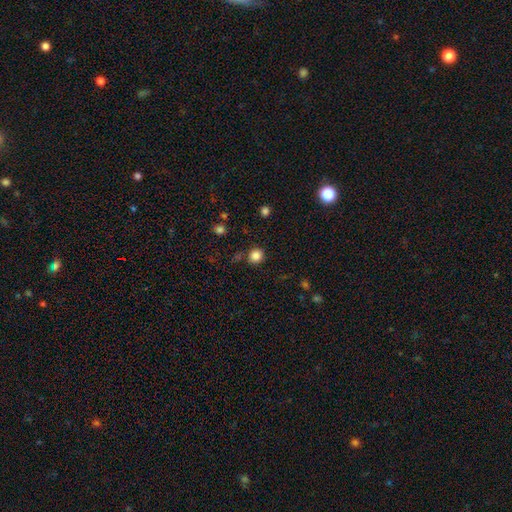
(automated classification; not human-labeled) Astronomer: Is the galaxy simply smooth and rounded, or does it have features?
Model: smooth — 85%.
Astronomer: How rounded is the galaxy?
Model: round — 88%.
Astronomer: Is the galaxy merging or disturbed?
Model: none — 83%.